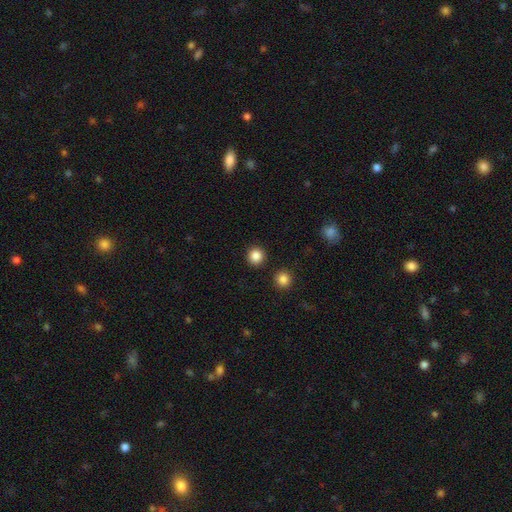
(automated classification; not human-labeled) A smooth galaxy with no disk features (85%) that is round (94%). Merging: none (91%).